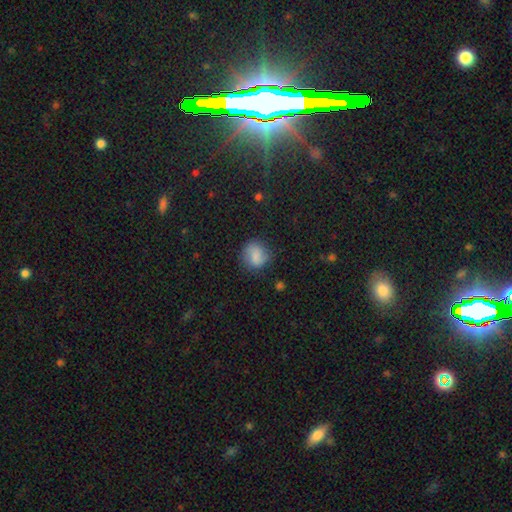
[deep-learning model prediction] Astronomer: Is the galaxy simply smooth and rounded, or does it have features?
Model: smooth — 74%.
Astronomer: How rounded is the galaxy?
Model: round — 78%.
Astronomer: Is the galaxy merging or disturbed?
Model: none — 73%.